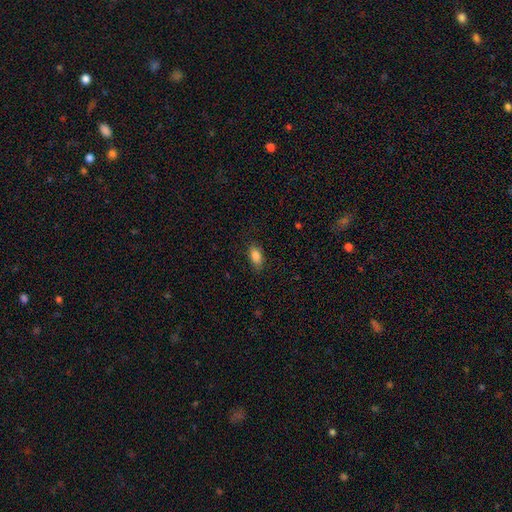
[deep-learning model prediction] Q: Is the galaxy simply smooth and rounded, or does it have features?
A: smooth — 86%.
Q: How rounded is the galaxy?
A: in between — 89%.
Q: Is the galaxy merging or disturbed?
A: none — 83%.